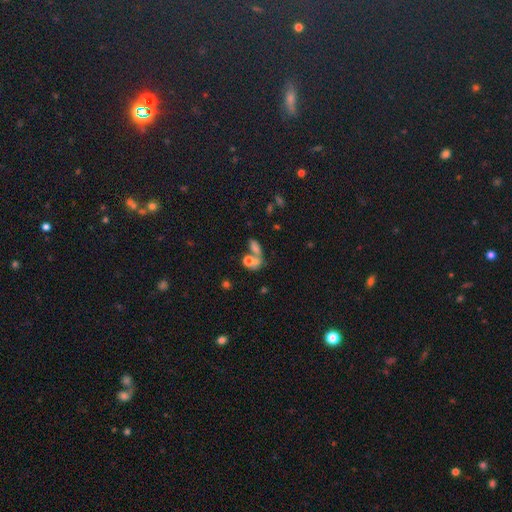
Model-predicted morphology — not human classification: The model was most divided on "merging": merger: 46%, none: 35%, minor disturbance: 10%, major disturbance: 9%. More confident: how rounded — in between (60%); smooth or featured — smooth (51%).